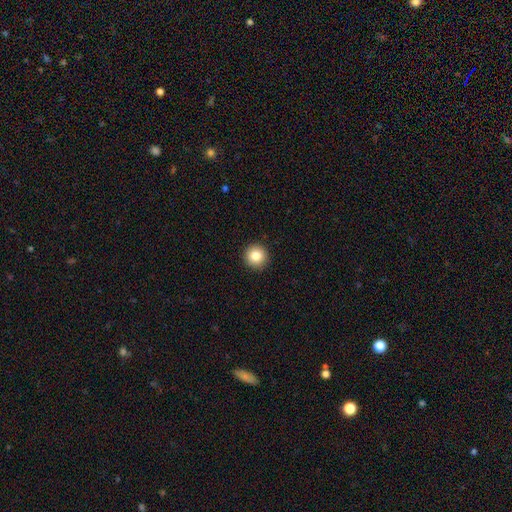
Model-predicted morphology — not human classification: smooth_or_featured: smooth (p=0.83) [alt: star or artifact p=0.10]
how_rounded: round (p=0.95) [alt: in between p=0.04]
merging: none (p=0.93) [alt: minor disturbance p=0.05]